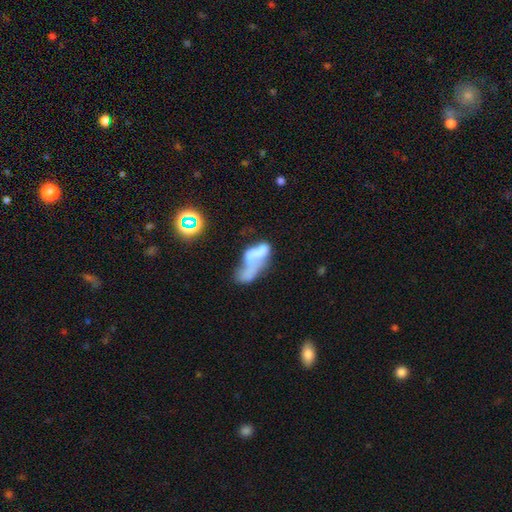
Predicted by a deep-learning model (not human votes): Q: Smooth or featured?
A: smooth (46%); runner-up: featured or disk (41%)
Q: Merging?
A: merger (47%); runner-up: major disturbance (29%)